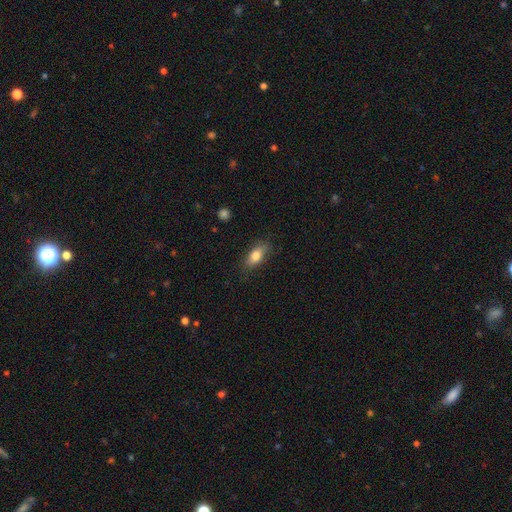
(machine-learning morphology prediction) smooth-or-featured: smooth: 79% | featured or disk: 14% | star or artifact: 7%
  how-rounded: in between: 81% | cigar-shaped: 15% | round: 5%
  merging: none: 78% | minor disturbance: 17% | major disturbance: 4% | merger: 1%